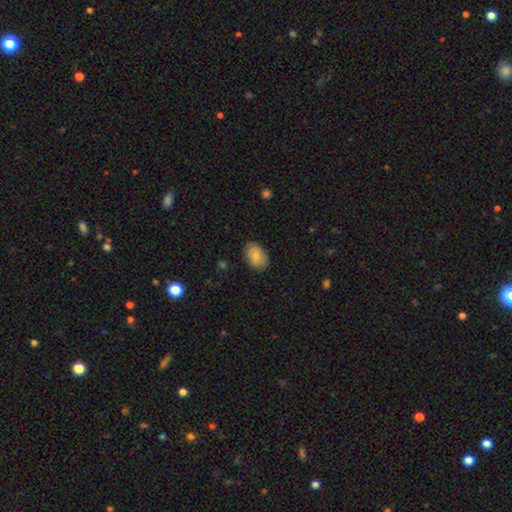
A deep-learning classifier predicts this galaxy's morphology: This is clearly a smooth galaxy (82%). How rounded: clearly in between (83%). Merging: clearly none (83%).